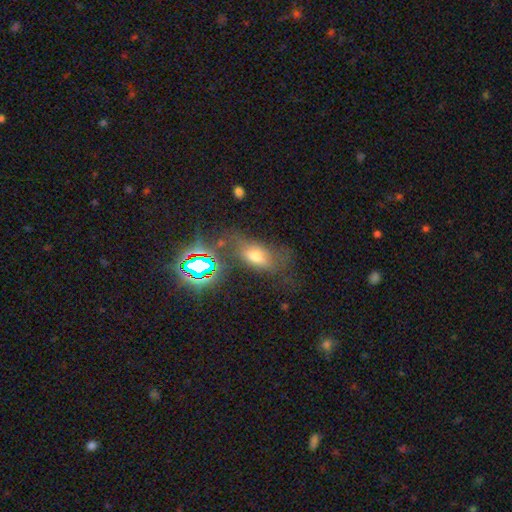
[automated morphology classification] smooth_or_featured: smooth (p=0.58) [alt: star or artifact p=0.22]
how_rounded: in between (p=0.82) [alt: round p=0.10]
merging: none (p=0.51) [alt: minor disturbance p=0.23]